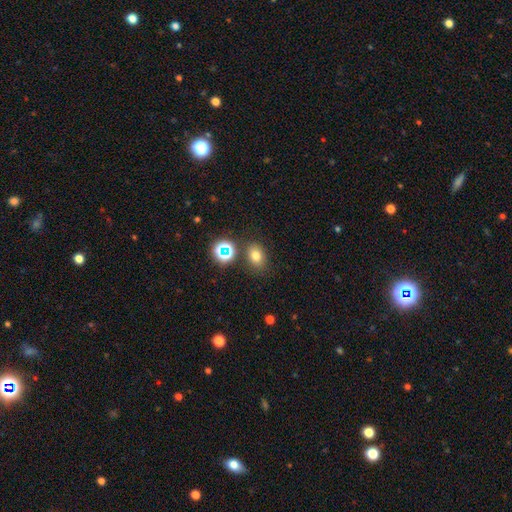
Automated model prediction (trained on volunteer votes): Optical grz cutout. It shows a smooth galaxy with no disk features (73%) that is in between round and cigar-shaped (63%). Merging: none (80%).